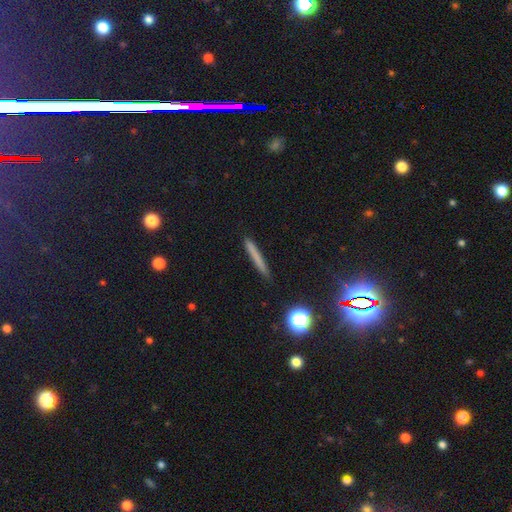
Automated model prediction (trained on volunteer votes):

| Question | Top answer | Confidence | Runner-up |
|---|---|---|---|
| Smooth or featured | smooth | 65% | featured or disk (22%) |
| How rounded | cigar-shaped | 95% | in between (3%) |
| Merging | none | 89% | minor disturbance (8%) |